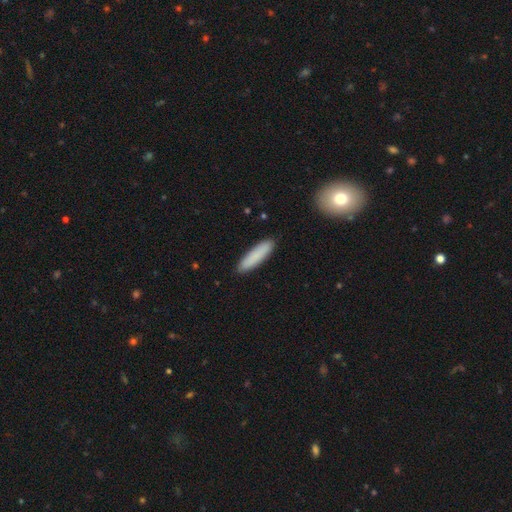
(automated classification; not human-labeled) The model was most divided on "how rounded": cigar-shaped: 79%, in between: 20%, round: 1%. More confident: merging — none (89%); smooth or featured — smooth (85%).